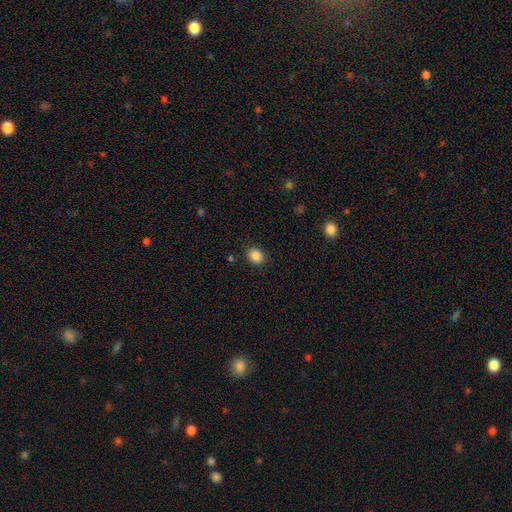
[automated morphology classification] type=smooth (87%); roundness=round (63%); merging=none (87%).